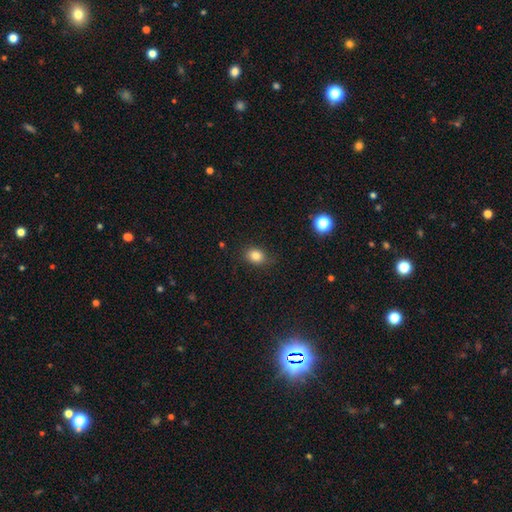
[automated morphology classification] This appears to be a smooth galaxy with no disk features (83%) that is in between round and cigar-shaped (53%). Merging: none (82%).